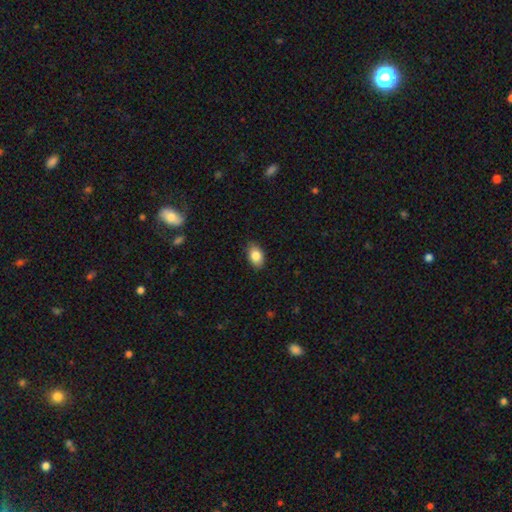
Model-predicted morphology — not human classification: This is clearly a smooth galaxy (85%). How rounded: clearly in between (87%). Merging: clearly none (86%).